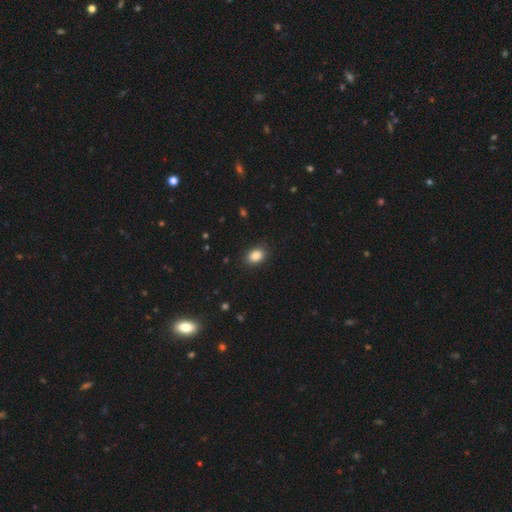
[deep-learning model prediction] The model was most divided on "how rounded": in between: 76%, round: 23%, cigar-shaped: 1%. More confident: merging — none (89%); smooth or featured — smooth (85%).